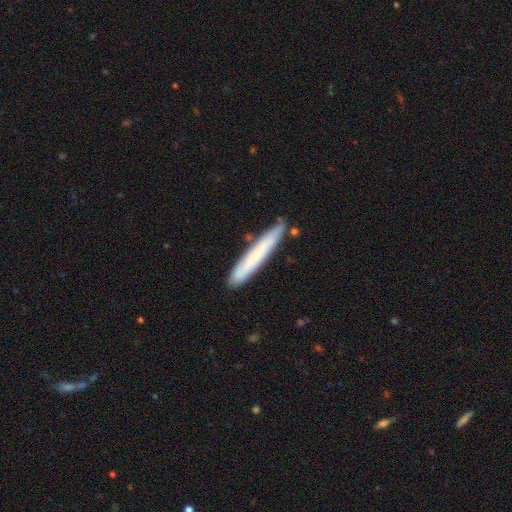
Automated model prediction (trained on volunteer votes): Smooth or featured: smooth — 63% (featured or disk — 30%)
How rounded: cigar-shaped — 95% (in between — 4%)
Merging: none — 82% (minor disturbance — 13%)